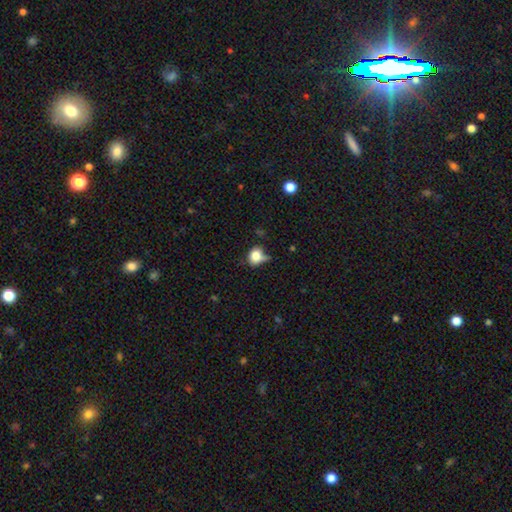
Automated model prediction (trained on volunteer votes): Smooth or featured?
  - smooth: 79% *
  - star or artifact: 11%
  - featured or disk: 10%
How rounded?
  - round: 60% *
  - in between: 39%
  - cigar-shaped: 1%
Merging?
  - none: 43% *
  - minor disturbance: 34%
  - major disturbance: 13%
  - merger: 9%